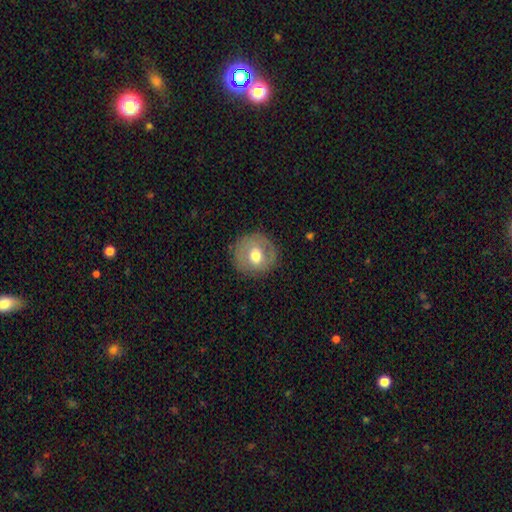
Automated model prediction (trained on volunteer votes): smooth-or-featured: smooth: 56% | featured or disk: 36% | star or artifact: 7%
  how-rounded: round: 91% | in between: 8% | cigar-shaped: 1%
  merging: none: 82% | minor disturbance: 13% | major disturbance: 5% | merger: 1%